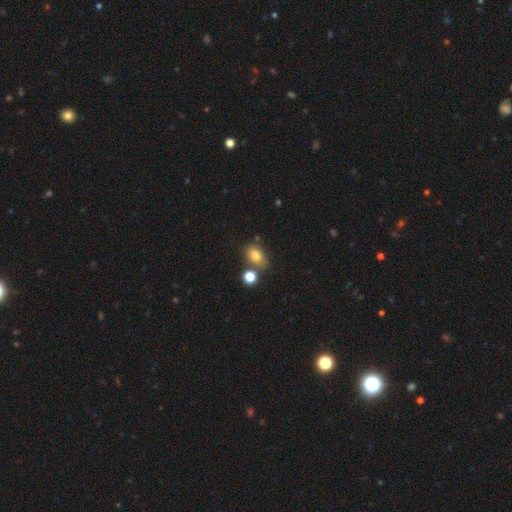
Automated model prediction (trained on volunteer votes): A smooth galaxy with no disk features (79%) that is in between round and cigar-shaped (71%). Merging: none (65%).